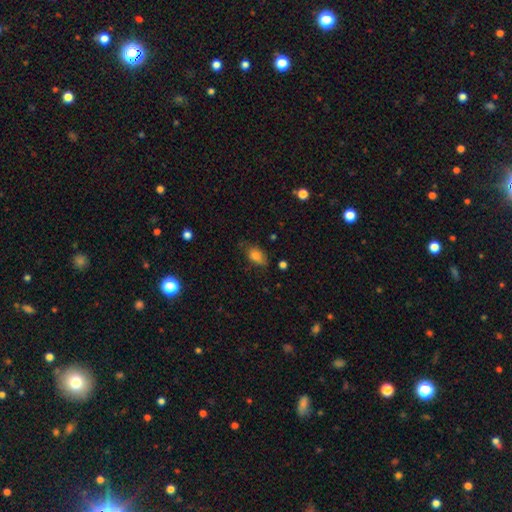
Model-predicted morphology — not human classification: type=smooth (78%); roundness=in between (83%); merging=none (56%).